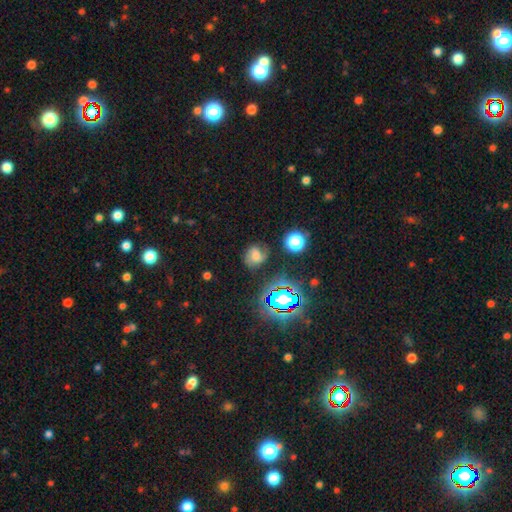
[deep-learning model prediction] smooth 41%, featured or disk 38%, star or artifact 21%. Down the decision tree: merging — none (61%).